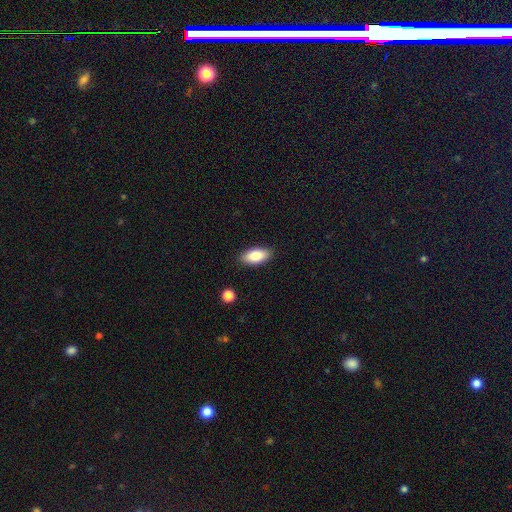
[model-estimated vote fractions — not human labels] Q: Smooth or featured?
A: smooth (83%); runner-up: featured or disk (11%)
Q: How rounded?
A: in between (88%); runner-up: cigar-shaped (9%)
Q: Merging?
A: none (89%); runner-up: minor disturbance (8%)